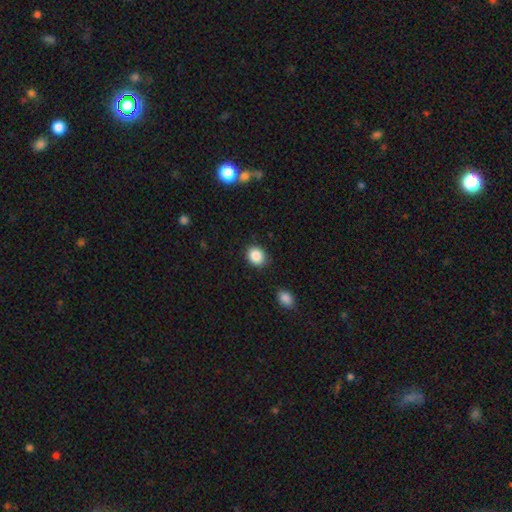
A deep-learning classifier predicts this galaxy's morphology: Smooth or featured? Predicted: smooth (p=0.88). How rounded? Predicted: round (p=0.65). Merging? Predicted: none (p=0.86).